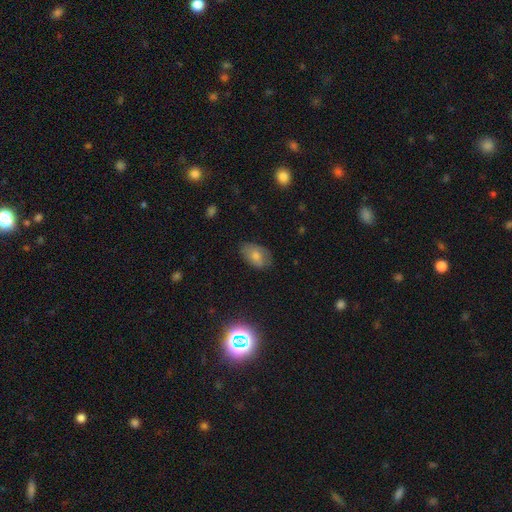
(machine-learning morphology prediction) Overall: smooth (66%). How rounded: in between (87%). Merging: none (75%).